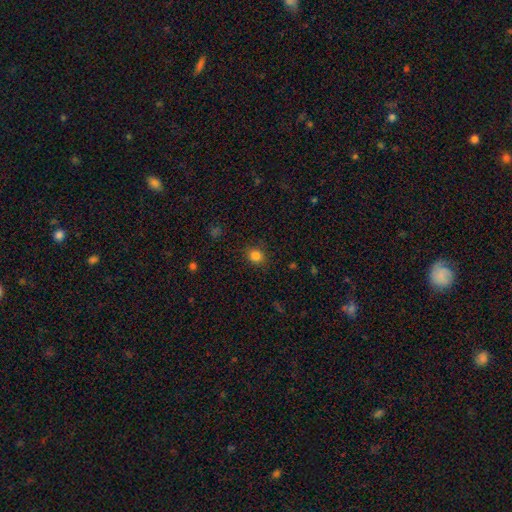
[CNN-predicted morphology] smooth-or-featured: smooth: 83% | star or artifact: 12% | featured or disk: 4%
  how-rounded: round: 80% | in between: 19% | cigar-shaped: 1%
  merging: none: 88% | minor disturbance: 8% | major disturbance: 3% | merger: 1%